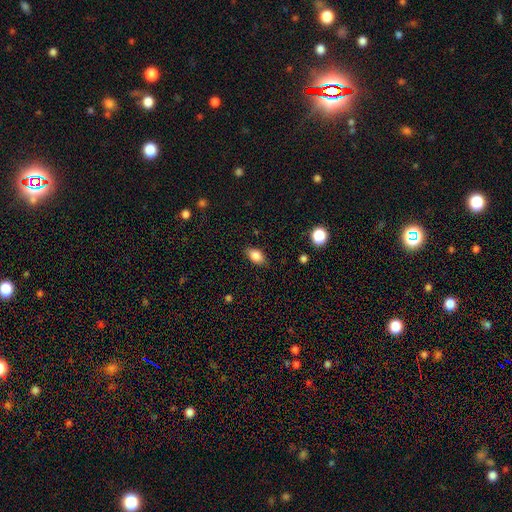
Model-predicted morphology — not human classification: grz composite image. It shows a smooth galaxy with no disk features (82%) that is in between round and cigar-shaped (86%). Merging: none (84%).